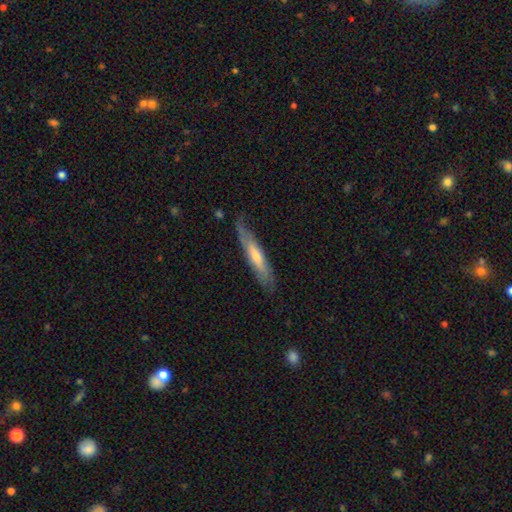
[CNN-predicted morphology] smooth 47% (tied), featured or disk 47% (tied), star or artifact 5%. Down the decision tree: merging — none (70%).